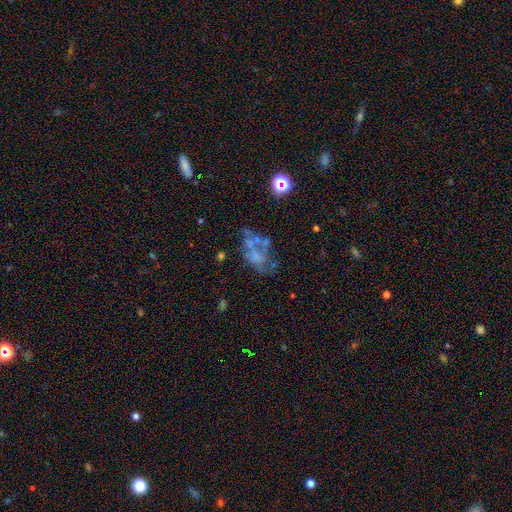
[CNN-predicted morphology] Smooth or featured: featured or disk — 56% (smooth — 27%)
Edge-on disk: no — 97% (yes — 3%)
Bar: no — 90% (weak — 8%)
Spiral arms: no — 90% (yes — 10%)
Bulge size: none — 71% (moderate — 13%)
Merging: none — 36% (major disturbance — 28%)